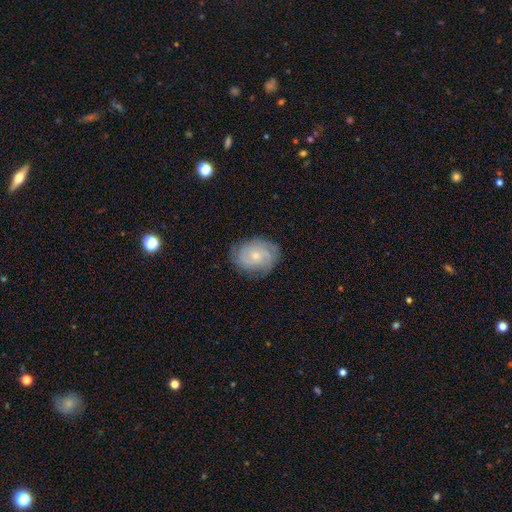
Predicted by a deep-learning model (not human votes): smooth-or-featured: featured or disk: 69% | smooth: 24% | star or artifact: 7%
  disk-edge-on: no: 97% | yes: 3%
    bar: no: 76% | weak: 22% | strong: 3%
    has-spiral-arms: yes: 91% | no: 9%
      spiral-winding: tight: 61% | medium: 30% | loose: 9%
      spiral-arm-count: can't tell: 35% | 2: 25% | 3: 21% | 4: 8% | 1: 5% | more than 4: 5%
    bulge-size: small: 65% | moderate: 31% | none: 2% | large: 1% | dominant: 1%
  merging: none: 77% | minor disturbance: 17% | major disturbance: 5% | merger: 1%